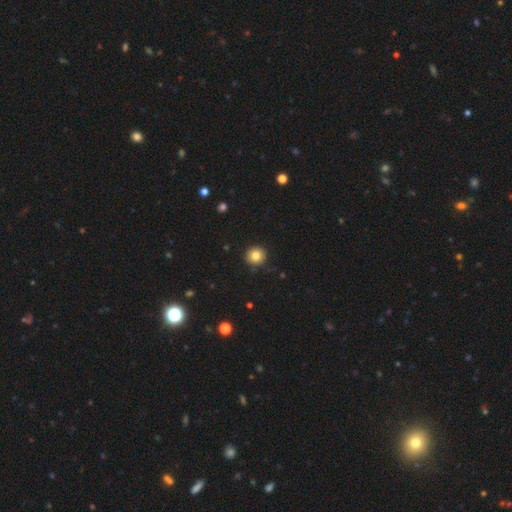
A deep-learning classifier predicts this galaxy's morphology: This appears to be a smooth galaxy with no disk features (81%) that is round (93%). Merging: none (90%).